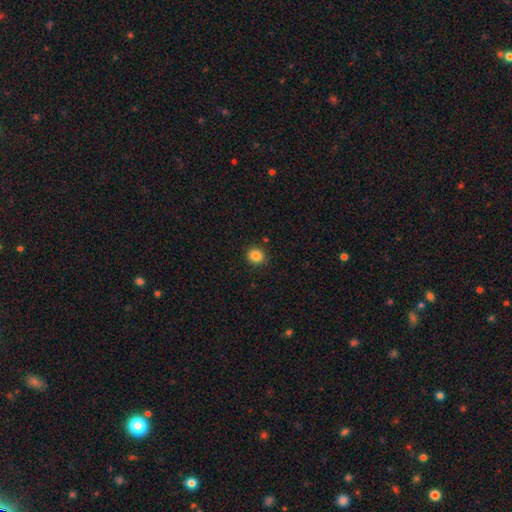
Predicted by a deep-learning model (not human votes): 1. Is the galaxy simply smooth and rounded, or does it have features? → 85% smooth, 11% star or artifact, 4% featured or disk.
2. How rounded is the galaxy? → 85% round, 14% in between, 1% cigar-shaped.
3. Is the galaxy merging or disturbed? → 89% none, 8% minor disturbance, 2% major disturbance, 1% merger.